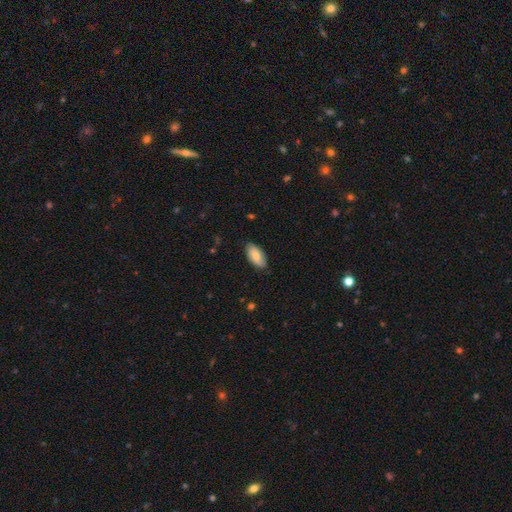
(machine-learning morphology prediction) Overall: smooth (76%). How rounded: in between (94%). Merging: none (83%).